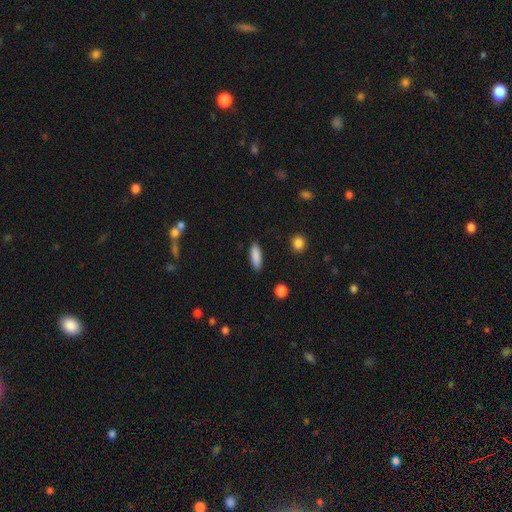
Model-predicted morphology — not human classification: smooth_or_featured: smooth (p=0.88) [alt: star or artifact p=0.07]
how_rounded: in between (p=0.51) [alt: cigar-shaped p=0.47]
merging: none (p=0.88) [alt: minor disturbance p=0.08]